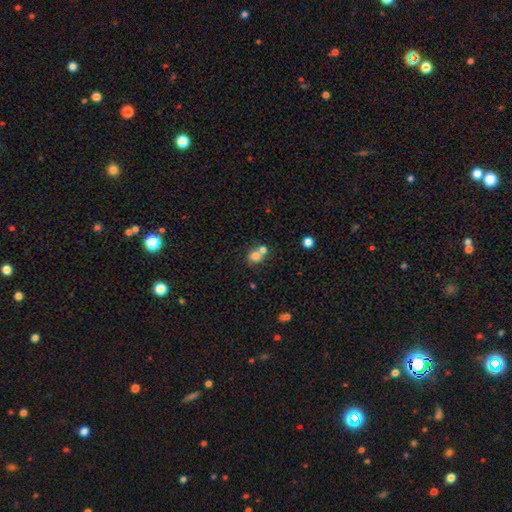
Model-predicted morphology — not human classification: A smooth galaxy with no disk features (76%) that is round (67%). Merging: merger (49%).